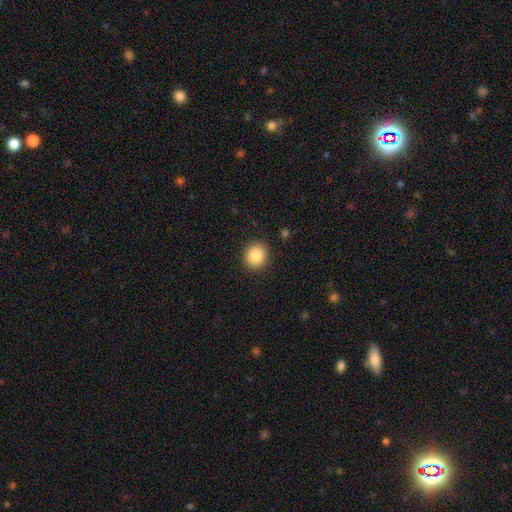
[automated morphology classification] Smooth or featured?
  - smooth: 86% *
  - star or artifact: 9%
  - featured or disk: 5%
How rounded?
  - round: 82% *
  - in between: 17%
  - cigar-shaped: 1%
Merging?
  - none: 89% *
  - minor disturbance: 7%
  - major disturbance: 2%
  - merger: 1%